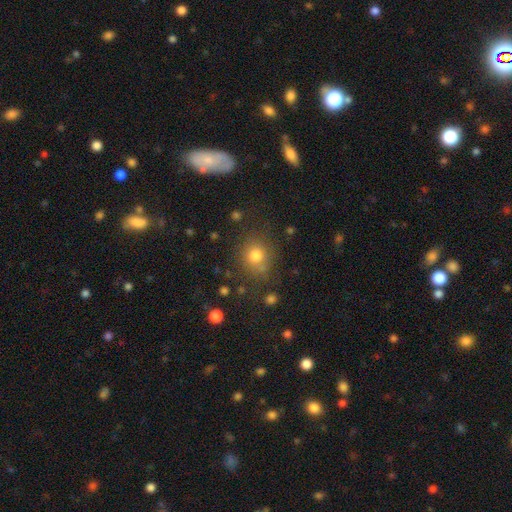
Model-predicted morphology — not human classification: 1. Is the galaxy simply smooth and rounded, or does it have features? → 78% smooth, 15% star or artifact, 8% featured or disk.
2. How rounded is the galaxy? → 83% round, 16% in between, 1% cigar-shaped.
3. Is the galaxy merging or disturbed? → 76% none, 13% minor disturbance, 5% major disturbance, 5% merger.